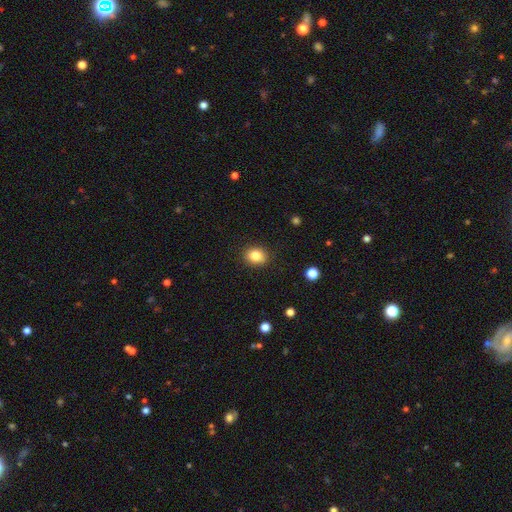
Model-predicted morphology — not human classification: Q: Smooth or featured?
A: smooth (84%); runner-up: star or artifact (10%)
Q: How rounded?
A: round (56%); runner-up: in between (43%)
Q: Merging?
A: none (88%); runner-up: minor disturbance (9%)